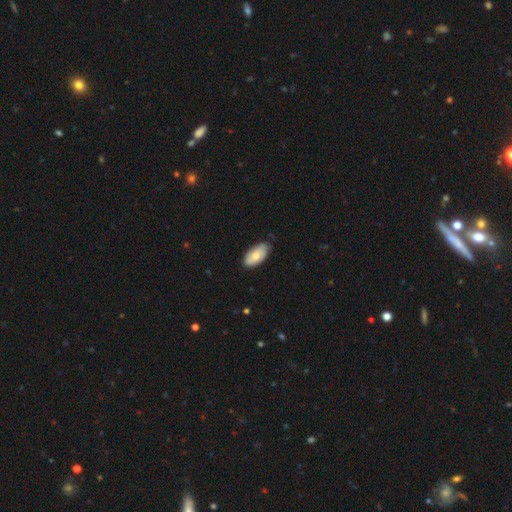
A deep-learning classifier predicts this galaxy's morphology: Overall: smooth (73%). How rounded: in between (94%). Merging: none (72%).